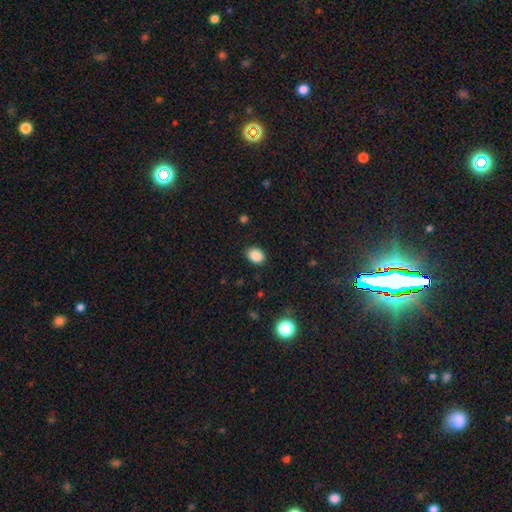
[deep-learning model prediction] smooth_or_featured: smooth (p=0.87) [alt: star or artifact p=0.09]
how_rounded: in between (p=0.66) [alt: round p=0.33]
merging: none (p=0.87) [alt: minor disturbance p=0.10]